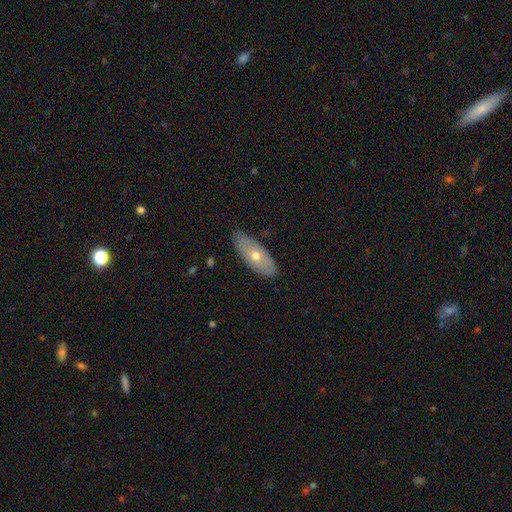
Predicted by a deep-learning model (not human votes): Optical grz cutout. It shows a smooth galaxy with no disk features (54%) that is in between round and cigar-shaped (73%). Merging: none (84%).